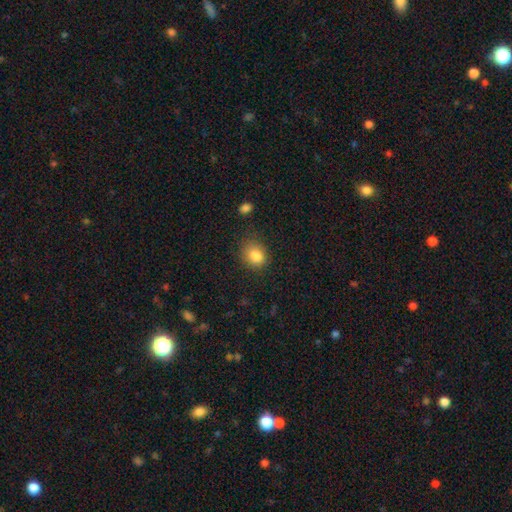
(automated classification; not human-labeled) Smooth or featured? Predicted: smooth (p=0.85). How rounded? Predicted: in between (p=0.50). Merging? Predicted: none (p=0.74).